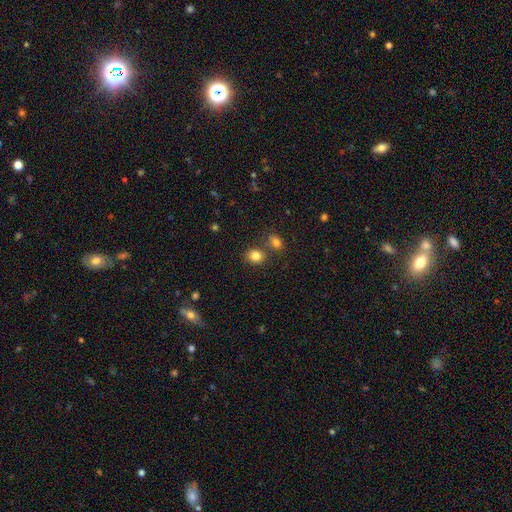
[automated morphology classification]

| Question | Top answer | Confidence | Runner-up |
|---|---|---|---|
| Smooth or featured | smooth | 83% | star or artifact (11%) |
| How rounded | round | 59% | in between (40%) |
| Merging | none | 68% | merger (18%) |